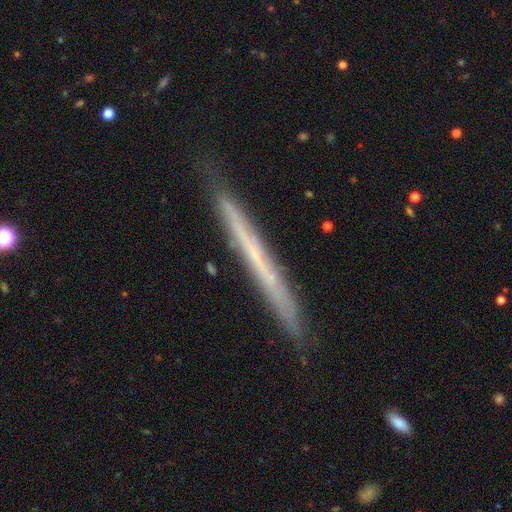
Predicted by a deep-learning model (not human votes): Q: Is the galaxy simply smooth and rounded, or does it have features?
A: featured or disk — 58%.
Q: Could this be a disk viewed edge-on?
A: yes — 95%.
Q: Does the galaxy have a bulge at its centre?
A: none — 92%.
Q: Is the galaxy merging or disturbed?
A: none — 86%.